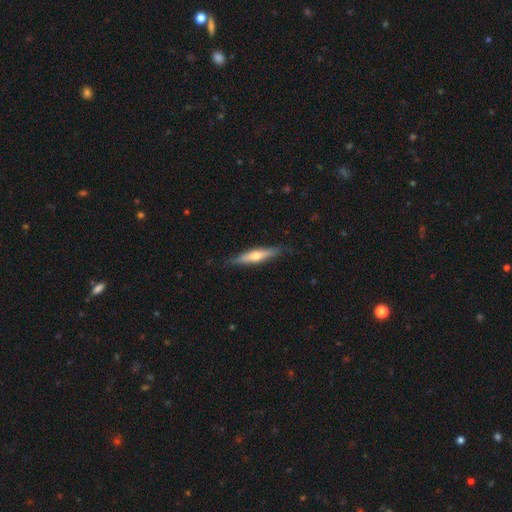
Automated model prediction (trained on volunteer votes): This appears to be a featured or disk galaxy (49%). Merging: none (85%).